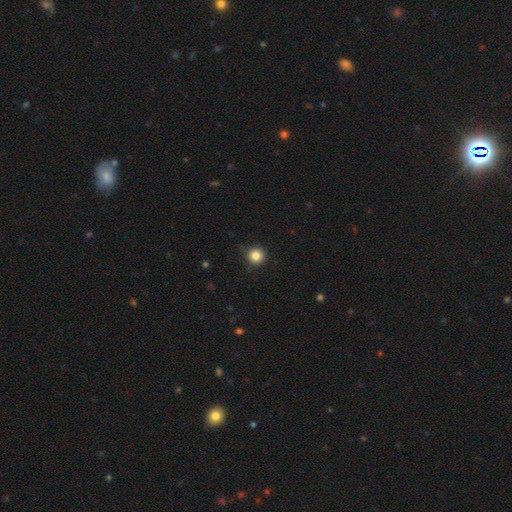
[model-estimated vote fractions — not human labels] smooth 84%, star or artifact 11%, featured or disk 5%. Down the decision tree: how rounded — round (95%); merging — none (86%).